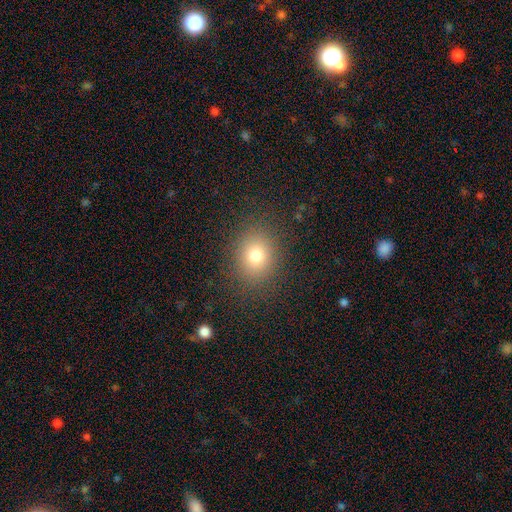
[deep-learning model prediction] This is likely a smooth galaxy (76%). How rounded: possibly round (57%). Merging: clearly none (87%).